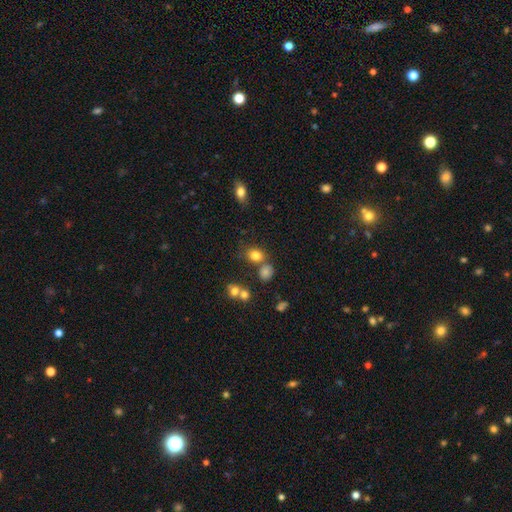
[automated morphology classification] This is likely a smooth galaxy (80%). How rounded: possibly round (52%). Merging: likely none (63%).